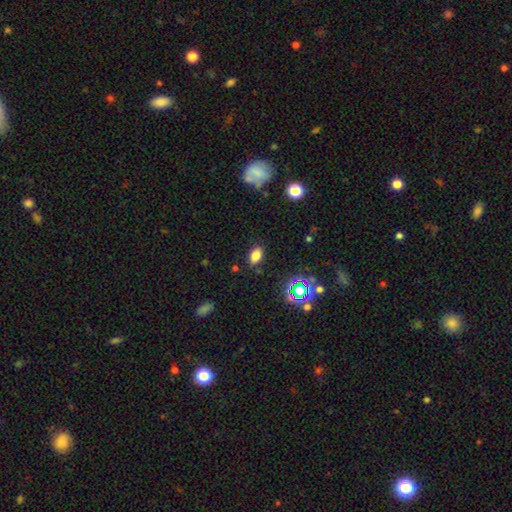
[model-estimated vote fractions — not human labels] A smooth galaxy with no disk features (75%) that is in between round and cigar-shaped (88%).

Vote fractions:
- Smooth or featured? smooth: 75% / star or artifact: 17% / featured or disk: 8%
- How rounded? in between: 88% / round: 10% / cigar-shaped: 2%
- Merging? none: 86% / minor disturbance: 10% / major disturbance: 3% / merger: 2%